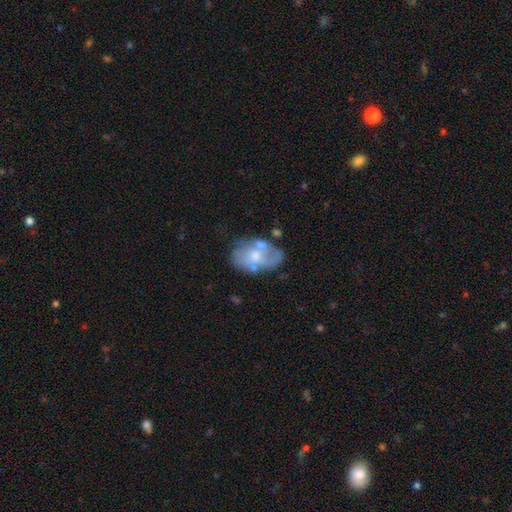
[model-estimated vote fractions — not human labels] Smooth or featured? featured or disk (52%)
Edge-on disk? no (96%)
Merging? none (46%)